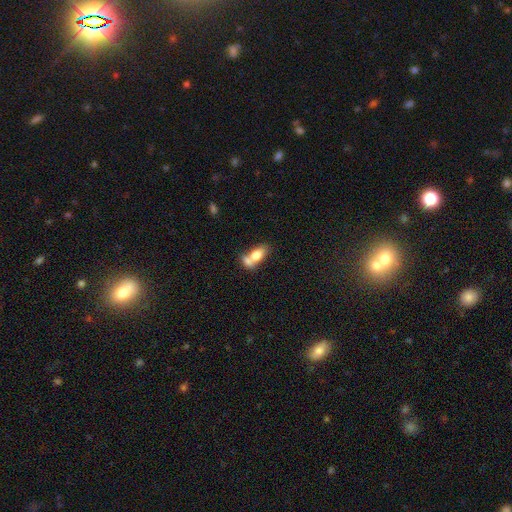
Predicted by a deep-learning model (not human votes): The model was most divided on "merging": merger: 63%, none: 23%, minor disturbance: 9%, major disturbance: 5%. More confident: how rounded — in between (84%); smooth or featured — smooth (74%).